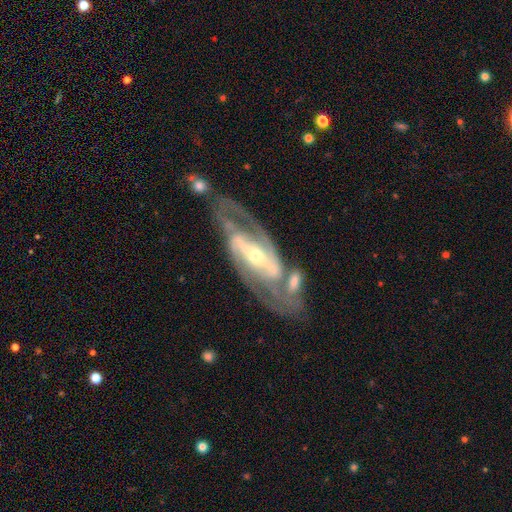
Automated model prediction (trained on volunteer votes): smooth_or_featured: featured or disk (p=0.90) [alt: smooth p=0.06]
disk_edge_on: no (p=0.93) [alt: yes p=0.07]
bar: strong (p=0.60) [alt: weak p=0.27]
has_spiral_arms: yes (p=0.95) [alt: no p=0.05]
spiral_winding: medium (p=0.46) [alt: tight p=0.40]
spiral_arm_count: 2 (p=0.84) [alt: can't tell p=0.07]
bulge_size: small (p=0.49) [alt: moderate p=0.46]
merging: none (p=0.61) [alt: minor disturbance p=0.16]